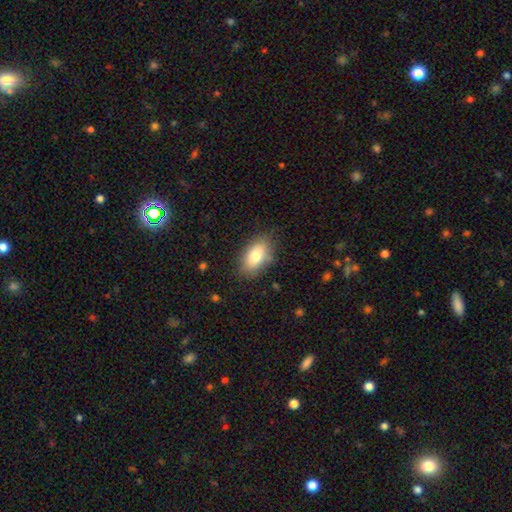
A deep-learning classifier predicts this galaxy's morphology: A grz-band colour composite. It shows a smooth galaxy with no disk features (77%) that is in between round and cigar-shaped (90%). Merging: none (81%).